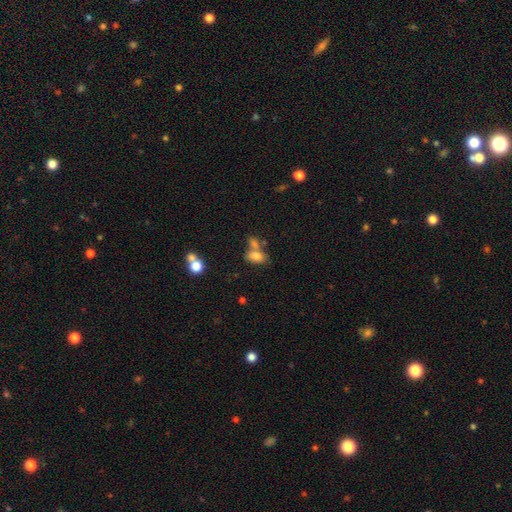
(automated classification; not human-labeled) smooth_or_featured: smooth (p=0.79) [alt: featured or disk p=0.11]
how_rounded: in between (p=0.88) [alt: round p=0.09]
merging: merger (p=0.43) [alt: none p=0.39]